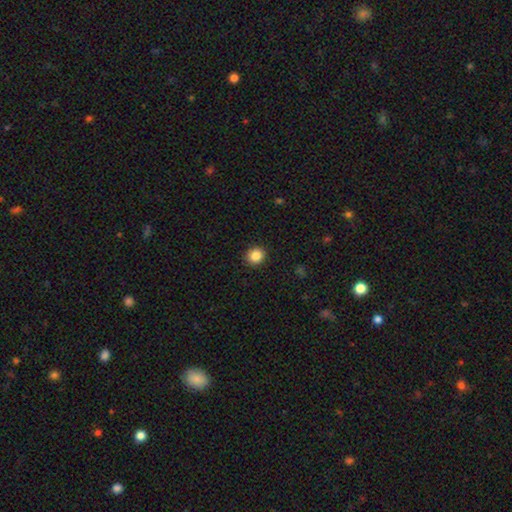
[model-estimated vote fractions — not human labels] A smooth galaxy with no disk features (86%) that is round (86%).

Vote fractions:
- Smooth or featured? smooth: 86% / star or artifact: 10% / featured or disk: 4%
- How rounded? round: 86% / in between: 14% / cigar-shaped: 1%
- Merging? none: 92% / minor disturbance: 6% / major disturbance: 2% / merger: 1%